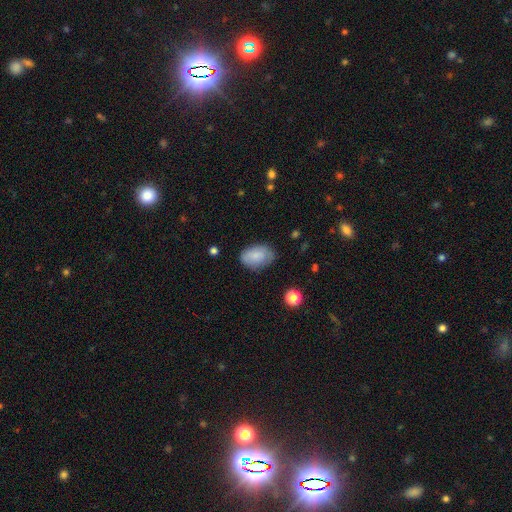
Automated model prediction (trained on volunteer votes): A smooth galaxy with no disk features (80%) that is in between round and cigar-shaped (89%). Merging: none (73%).